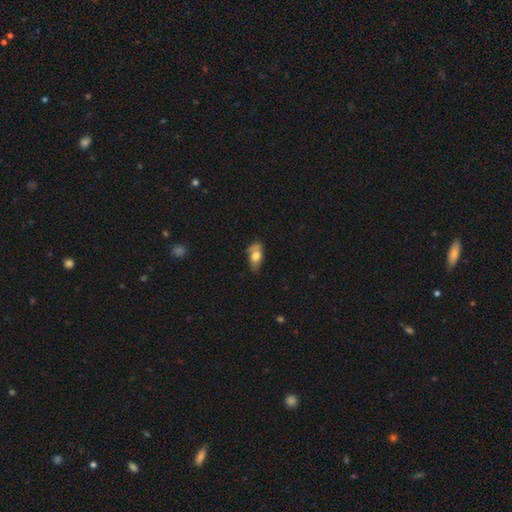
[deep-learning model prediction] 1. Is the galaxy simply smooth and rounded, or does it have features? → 69% smooth, 24% featured or disk, 7% star or artifact.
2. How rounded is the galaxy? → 88% in between, 7% cigar-shaped, 5% round.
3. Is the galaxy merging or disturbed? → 55% none, 32% minor disturbance, 9% major disturbance, 4% merger.